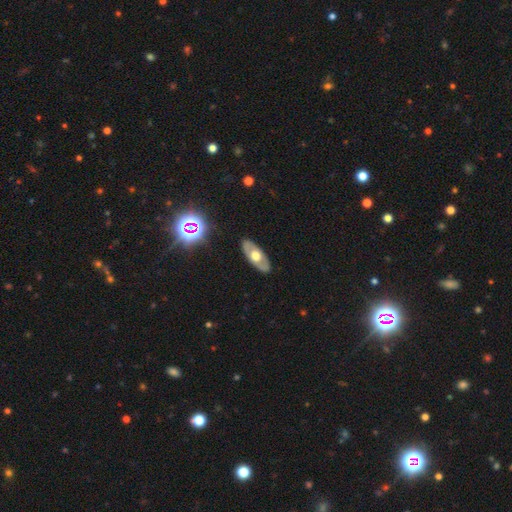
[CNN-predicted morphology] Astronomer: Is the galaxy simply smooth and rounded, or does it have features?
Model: featured or disk — 53% (runner-up: smooth, 40%).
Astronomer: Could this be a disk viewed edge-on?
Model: no — 74%.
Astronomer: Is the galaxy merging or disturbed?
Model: none — 86%.